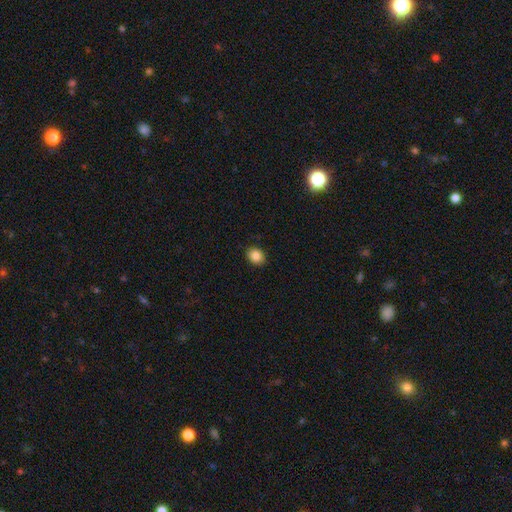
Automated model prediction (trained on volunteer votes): This appears to be a smooth galaxy with no disk features (86%) that is in between round and cigar-shaped (52%). Merging: none (90%).